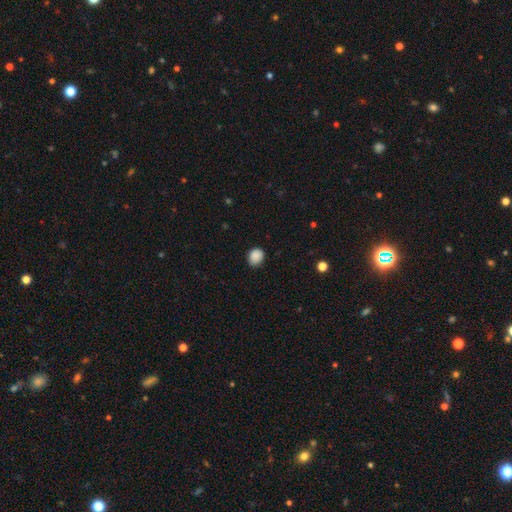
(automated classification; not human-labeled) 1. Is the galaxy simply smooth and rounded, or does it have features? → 88% smooth, 9% star or artifact, 3% featured or disk.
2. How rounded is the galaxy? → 64% round, 35% in between, 1% cigar-shaped.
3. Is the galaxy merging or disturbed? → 86% none, 11% minor disturbance, 2% major disturbance, 1% merger.